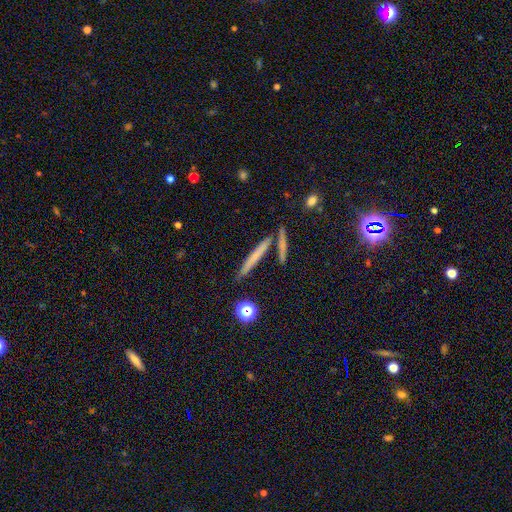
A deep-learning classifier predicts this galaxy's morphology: A smooth galaxy with no disk features (57%) that is cigar-shaped (93%). Merging: none (81%).